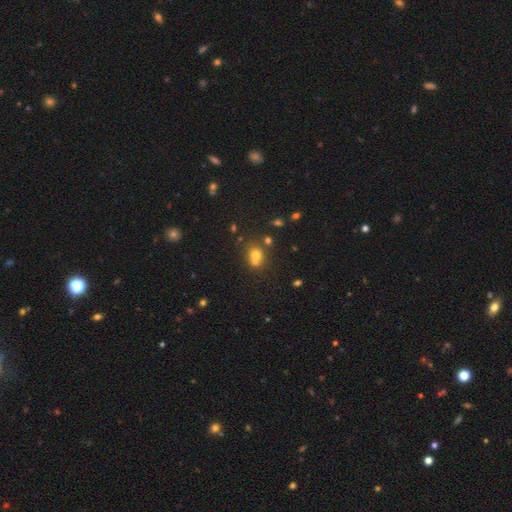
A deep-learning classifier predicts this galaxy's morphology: This appears to be a smooth galaxy with no disk features (67%) that is round (71%). Merging: merger (44%).